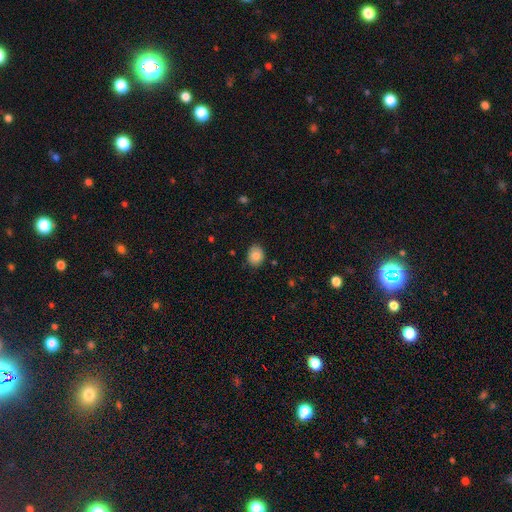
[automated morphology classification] Smooth or featured?
  - smooth: 85% *
  - star or artifact: 9%
  - featured or disk: 6%
How rounded?
  - round: 64% *
  - in between: 35%
  - cigar-shaped: 1%
Merging?
  - none: 82% *
  - minor disturbance: 14%
  - major disturbance: 2%
  - merger: 1%